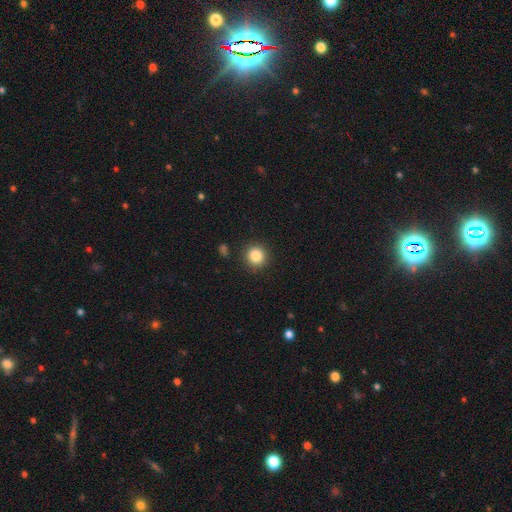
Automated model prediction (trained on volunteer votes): This is clearly a smooth galaxy (85%). How rounded: clearly round (92%). Merging: clearly none (90%).